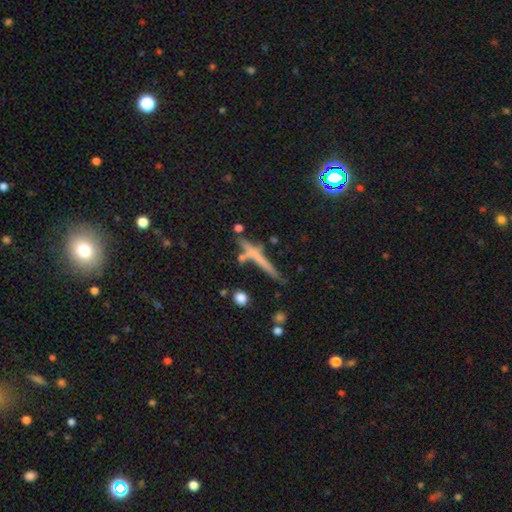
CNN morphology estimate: The model was most divided on "smooth or featured": smooth: 46%, featured or disk: 43%, star or artifact: 12%. More confident: merging — none (69%).